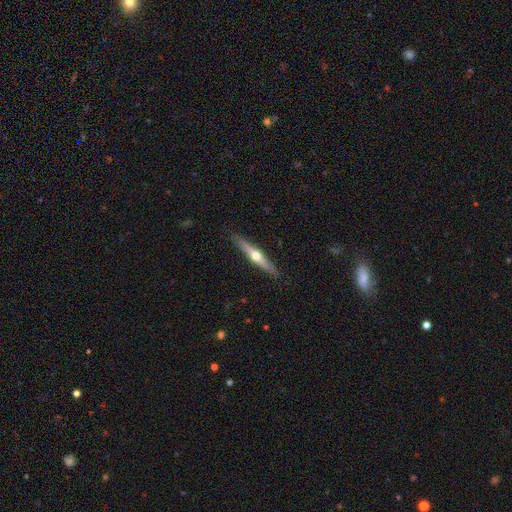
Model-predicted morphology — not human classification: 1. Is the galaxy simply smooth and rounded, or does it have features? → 69% featured or disk, 25% smooth, 5% star or artifact.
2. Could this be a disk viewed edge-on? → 97% yes, 3% no.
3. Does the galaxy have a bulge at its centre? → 94% rounded, 4% none, 2% boxy.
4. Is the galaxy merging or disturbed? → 90% none, 7% minor disturbance, 1% major disturbance, 1% merger.